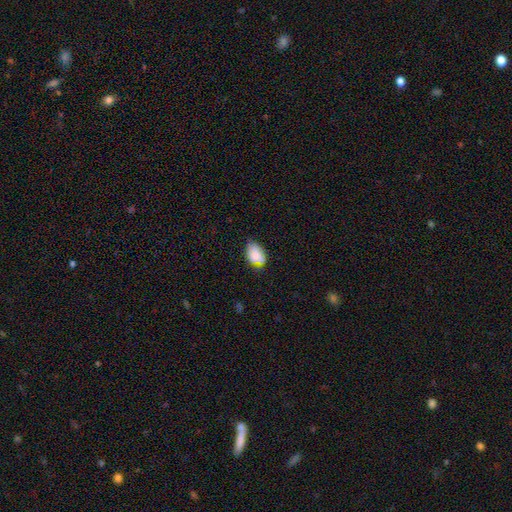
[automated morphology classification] Overall: smooth (81%). How rounded: in between (89%). Merging: none (56%; minor disturbance 33%).